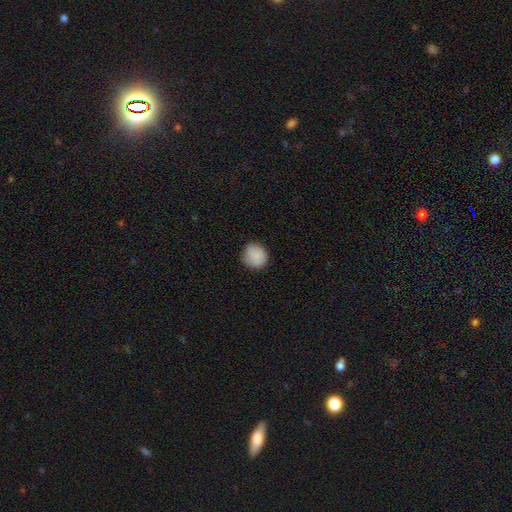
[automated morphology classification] A smooth galaxy with no disk features (88%) that is round (87%).

Vote fractions:
- Smooth or featured? smooth: 88% / star or artifact: 8% / featured or disk: 4%
- How rounded? round: 87% / in between: 12% / cigar-shaped: 1%
- Merging? none: 82% / minor disturbance: 14% / major disturbance: 3% / merger: 1%